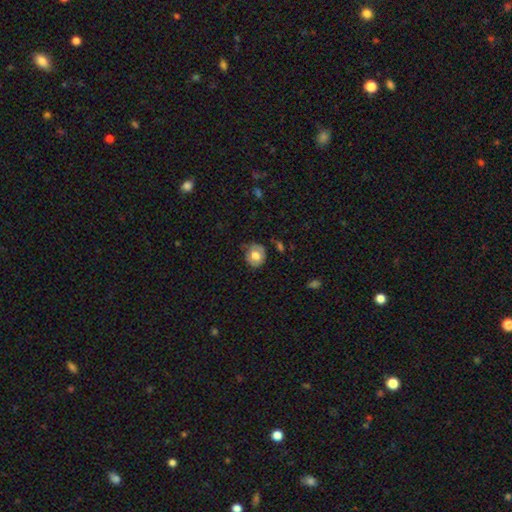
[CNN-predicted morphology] Smooth or featured? smooth (67%)
How rounded? round (75%)
Merging? none (67%)